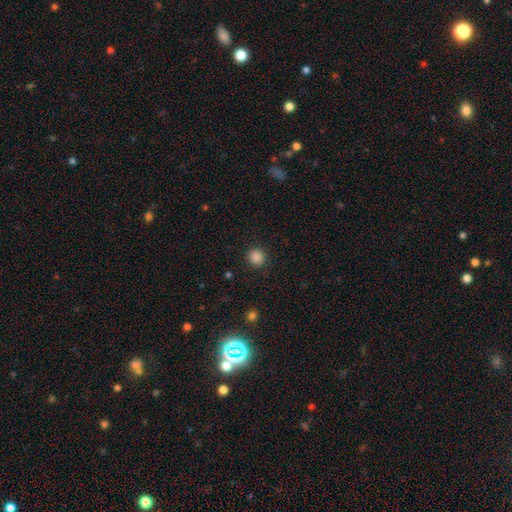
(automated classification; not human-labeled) This appears to be a smooth galaxy with no disk features (86%) that is round (88%). Merging: none (90%).